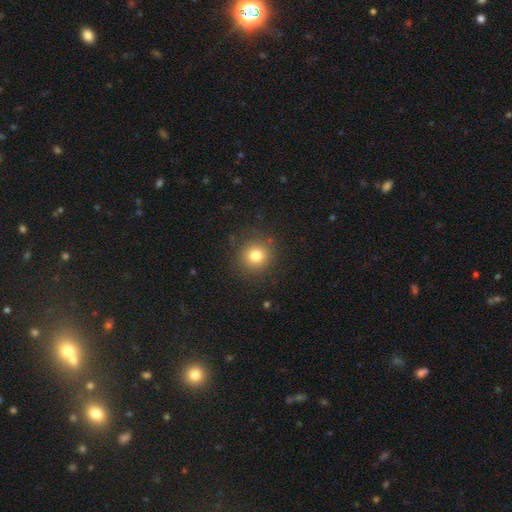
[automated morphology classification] type=smooth (79%); roundness=round (91%); merging=none (88%).